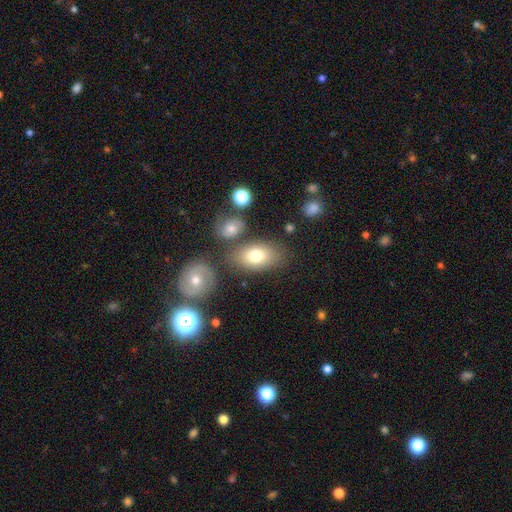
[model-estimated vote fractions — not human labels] smooth 74%, featured or disk 17%, star or artifact 9%. Down the decision tree: how rounded — in between (87%); merging — none (72%).